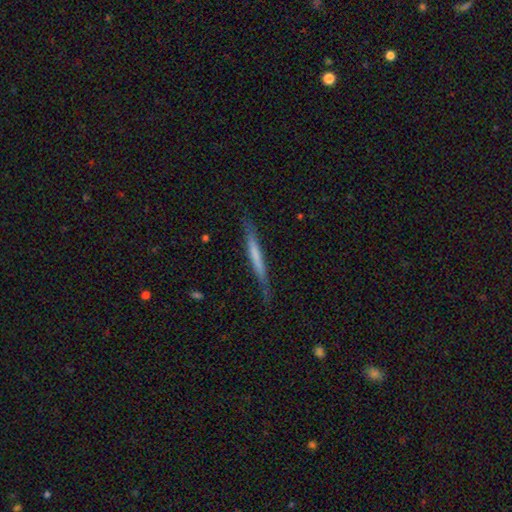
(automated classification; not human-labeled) Smooth or featured: smooth — 50% (featured or disk — 44%)
How rounded: cigar-shaped — 96% (in between — 3%)
Merging: none — 78% (minor disturbance — 16%)